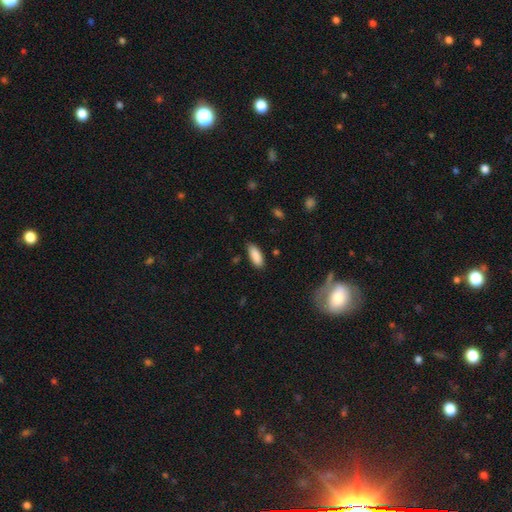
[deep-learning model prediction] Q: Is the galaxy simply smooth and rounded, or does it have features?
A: smooth — 89%.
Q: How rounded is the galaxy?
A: in between — 77%.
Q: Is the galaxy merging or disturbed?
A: none — 83%.